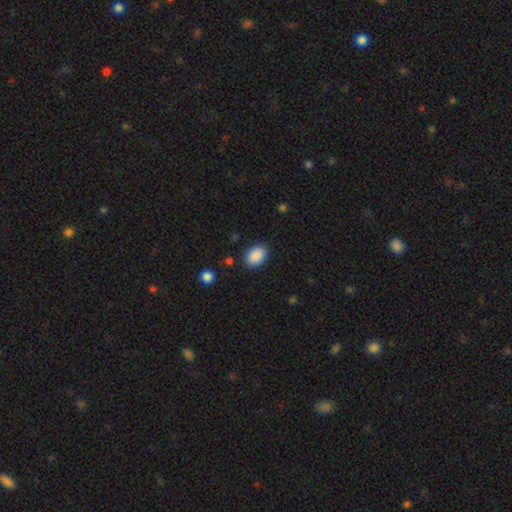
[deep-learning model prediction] Smooth or featured? Predicted: smooth (p=0.90). How rounded? Predicted: in between (p=0.82). Merging? Predicted: none (p=0.85).